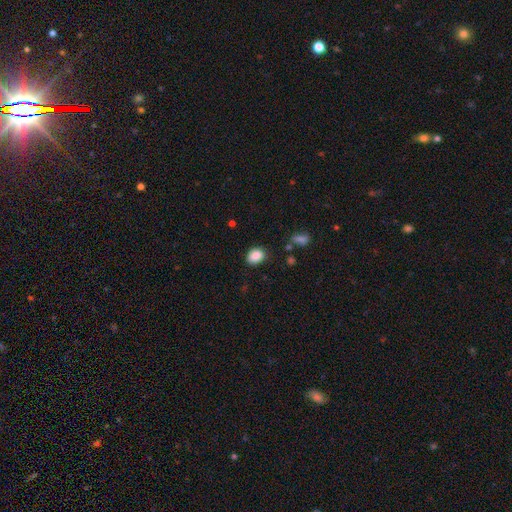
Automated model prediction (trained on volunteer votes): The model was most divided on "how rounded": in between: 67%, round: 32%, cigar-shaped: 1%. More confident: smooth or featured — smooth (87%); merging — none (81%).